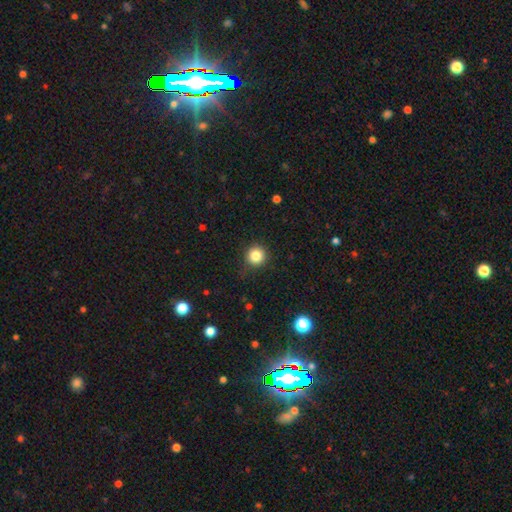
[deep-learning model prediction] The model was most divided on "smooth or featured": smooth: 83%, star or artifact: 11%, featured or disk: 5%. More confident: how rounded — round (94%); merging — none (87%).